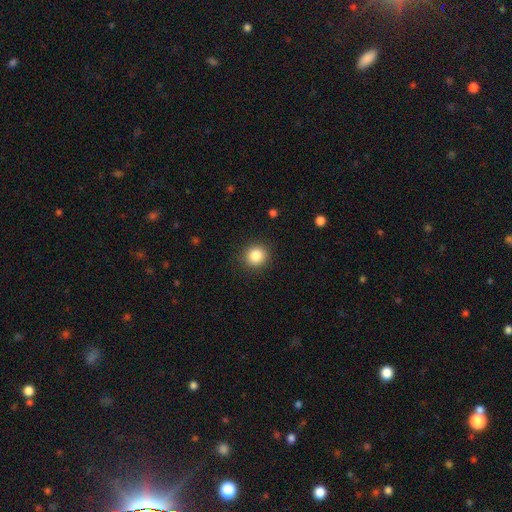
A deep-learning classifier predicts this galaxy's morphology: type=smooth (85%); roundness=round (89%); merging=none (90%).